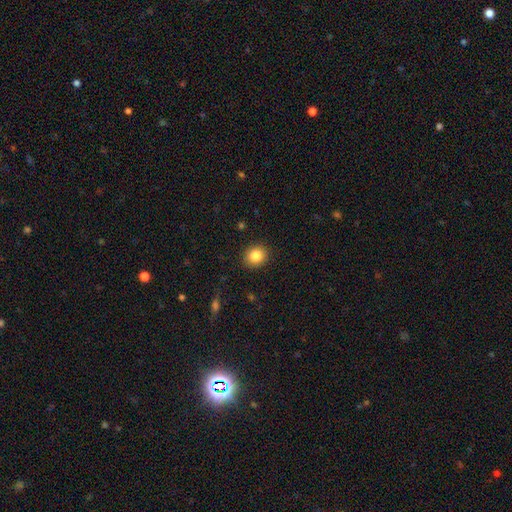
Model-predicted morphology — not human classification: This is clearly a smooth galaxy (85%). How rounded: likely round (77%). Merging: clearly none (90%).